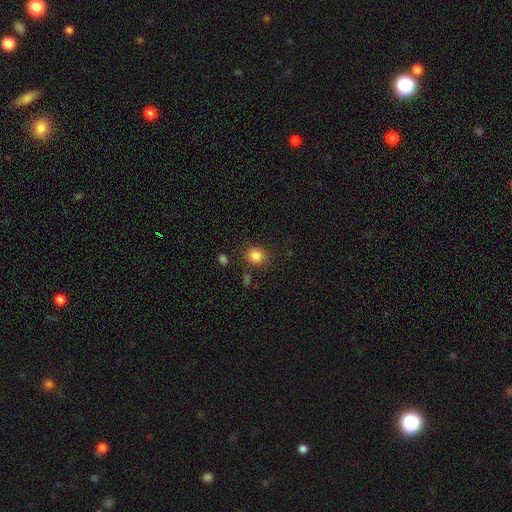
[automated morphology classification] type=smooth (85%); roundness=round (77%); merging=none (84%).